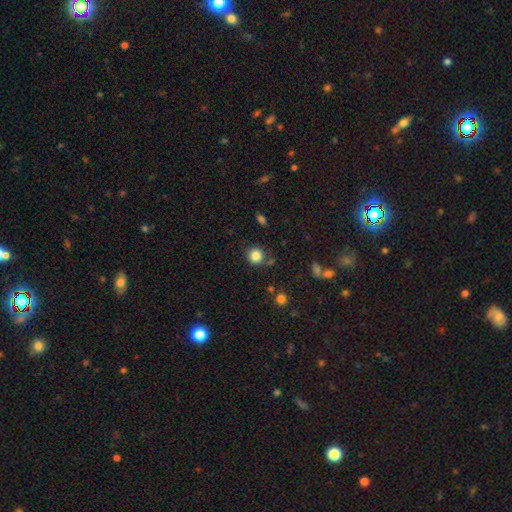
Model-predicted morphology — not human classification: smooth 84%, star or artifact 11%, featured or disk 5%. Down the decision tree: how rounded — round (90%); merging — none (79%).